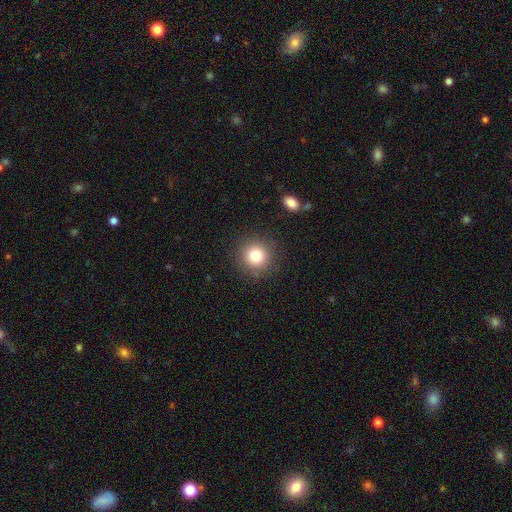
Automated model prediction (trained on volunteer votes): Q: Smooth or featured?
A: smooth (80%); runner-up: star or artifact (12%)
Q: How rounded?
A: round (93%); runner-up: in between (6%)
Q: Merging?
A: none (88%); runner-up: minor disturbance (8%)